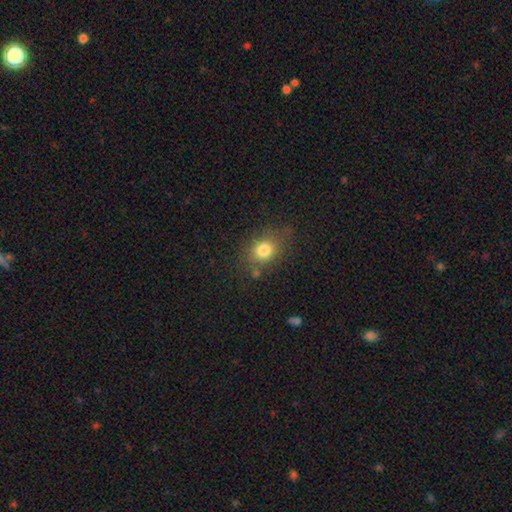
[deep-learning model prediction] A smooth galaxy with no disk features (67%) that is in between round and cigar-shaped (49%, tied with round). Merging: none (87%).